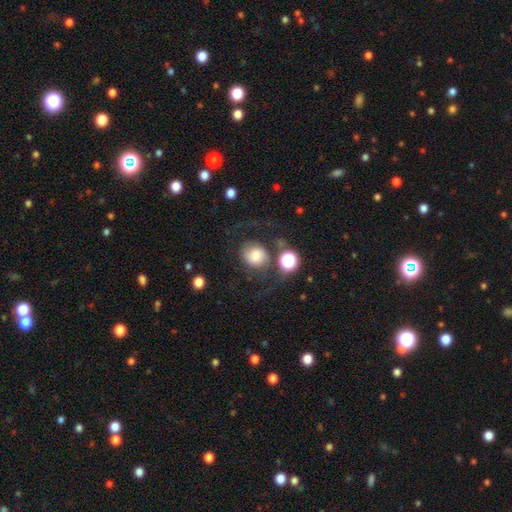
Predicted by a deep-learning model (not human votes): A smooth galaxy with no disk features (65%) that is round (76%).

Vote fractions:
- Smooth or featured? smooth: 65% / featured or disk: 23% / star or artifact: 12%
- How rounded? round: 76% / in between: 23% / cigar-shaped: 1%
- Merging? none: 52% / major disturbance: 22% / minor disturbance: 17% / merger: 9%